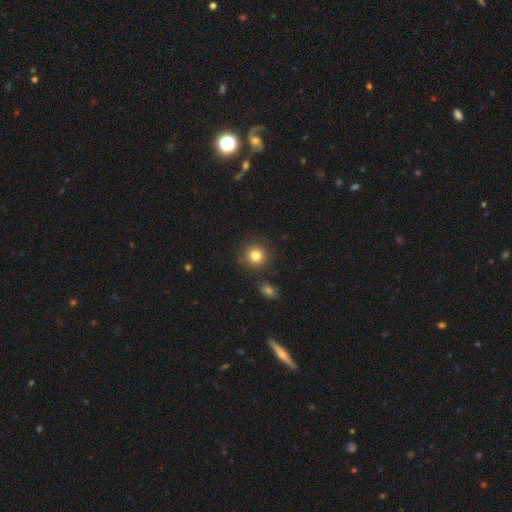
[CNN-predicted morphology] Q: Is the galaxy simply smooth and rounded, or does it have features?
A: smooth — 82%.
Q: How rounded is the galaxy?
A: round — 91%.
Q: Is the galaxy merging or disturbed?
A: none — 84%.